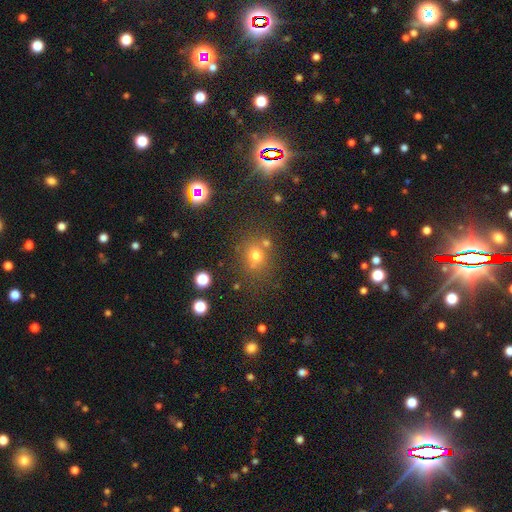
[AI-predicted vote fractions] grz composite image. It shows a smooth galaxy with no disk features (68%) that is round (77%). Merging: none (68%).